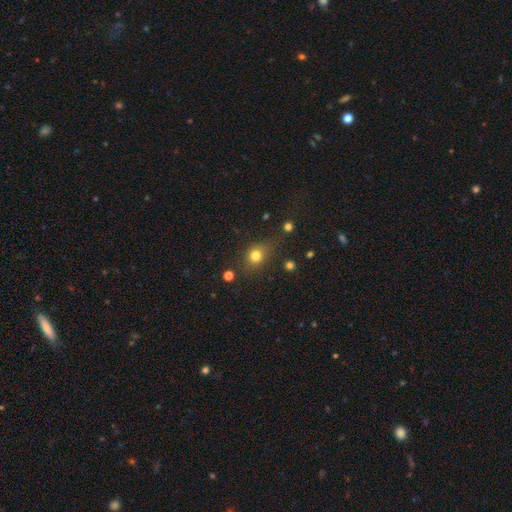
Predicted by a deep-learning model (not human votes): Smooth or featured?
  - smooth: 77% *
  - star or artifact: 14%
  - featured or disk: 8%
How rounded?
  - round: 67% *
  - in between: 31%
  - cigar-shaped: 2%
Merging?
  - none: 71% *
  - minor disturbance: 18%
  - major disturbance: 7%
  - merger: 4%